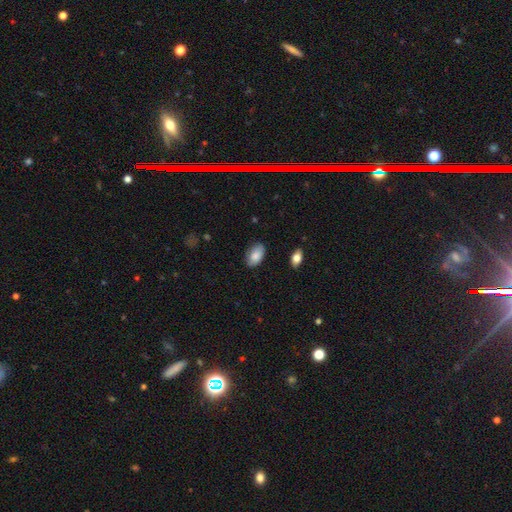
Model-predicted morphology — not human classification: Smooth or featured? Predicted: smooth (p=0.84). How rounded? Predicted: in between (p=0.94). Merging? Predicted: none (p=0.79).